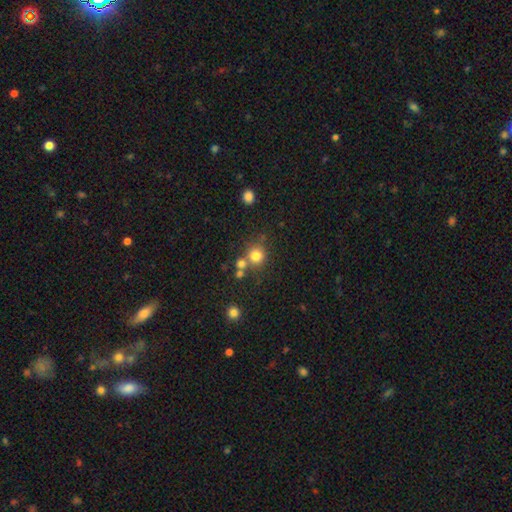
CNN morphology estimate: This appears to be a smooth galaxy with no disk features (78%) that is round (88%). Merging: none (62%).